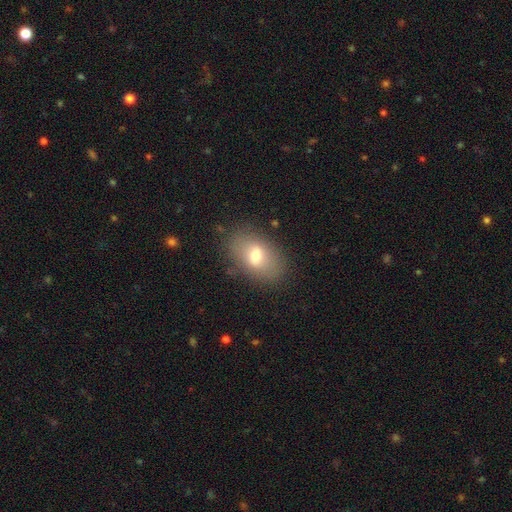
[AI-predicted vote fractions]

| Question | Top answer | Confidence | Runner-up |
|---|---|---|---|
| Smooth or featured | smooth | 69% | featured or disk (23%) |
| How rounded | in between | 88% | round (10%) |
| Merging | none | 82% | minor disturbance (13%) |